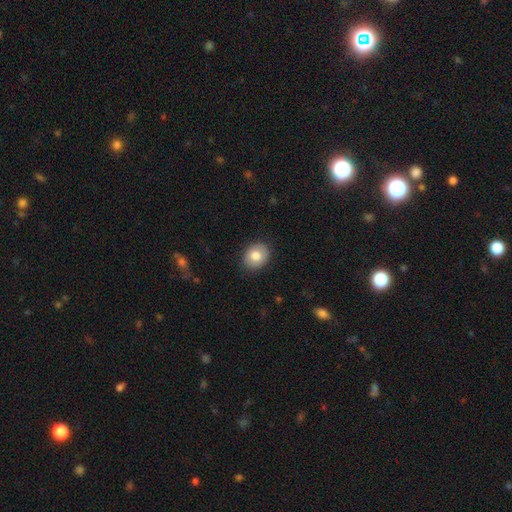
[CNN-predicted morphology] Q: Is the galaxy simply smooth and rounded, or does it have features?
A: smooth — 79%.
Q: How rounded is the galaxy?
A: round — 54%.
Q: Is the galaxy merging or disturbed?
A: none — 86%.